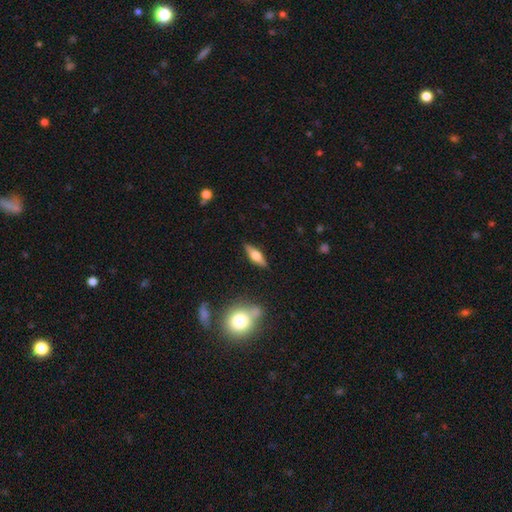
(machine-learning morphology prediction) type=featured or disk (56%); edge-on=yes (93%); edge-on bulge=rounded (92%); merging=none (87%).